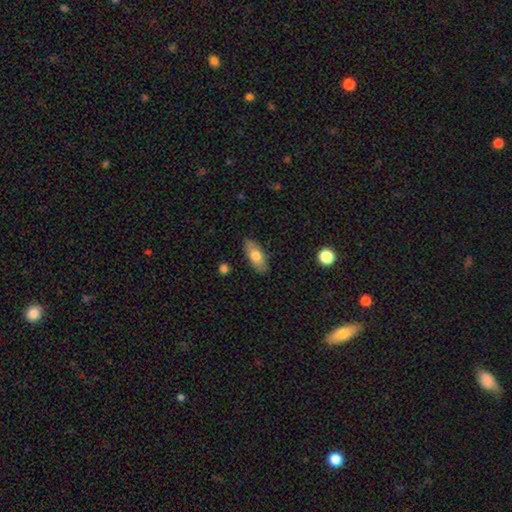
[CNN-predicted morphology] smooth_or_featured: smooth (p=0.74) [alt: featured or disk p=0.20]
how_rounded: in between (p=0.81) [alt: cigar-shaped p=0.17]
merging: none (p=0.86) [alt: minor disturbance p=0.10]